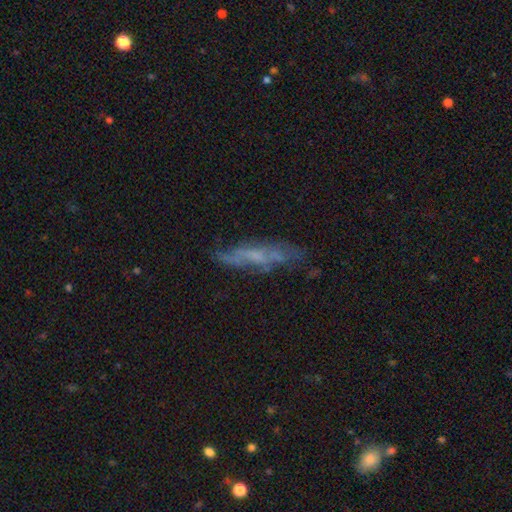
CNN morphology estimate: This is possibly a featured or disk galaxy (57%). It is possibly viewed edge-on (52%). Merging: likely none (66%).